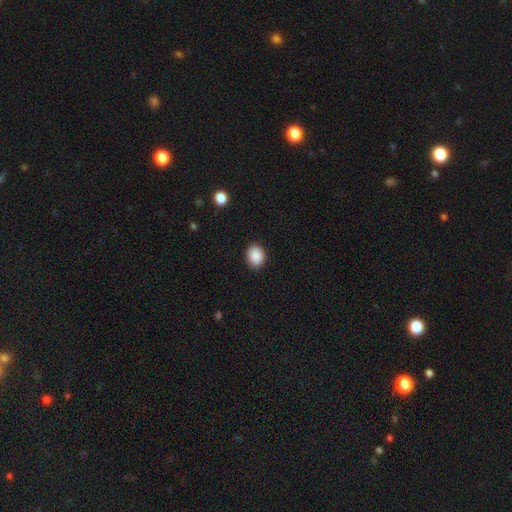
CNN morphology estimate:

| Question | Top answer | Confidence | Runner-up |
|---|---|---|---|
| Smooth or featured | smooth | 90% | star or artifact (8%) |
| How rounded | in between | 50% | round (49%) |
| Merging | none | 89% | minor disturbance (8%) |